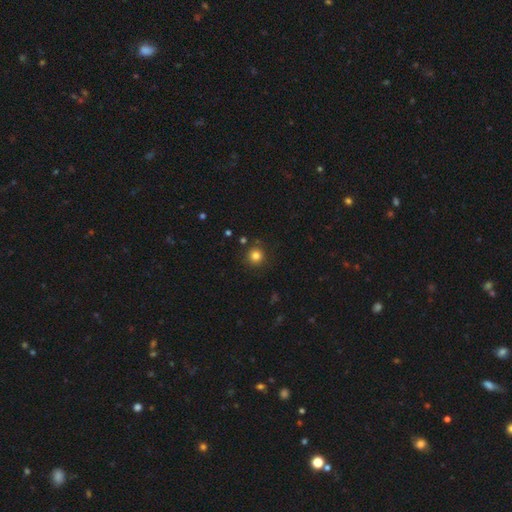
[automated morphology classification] Q: Smooth or featured?
A: smooth (81%); runner-up: star or artifact (13%)
Q: How rounded?
A: round (94%); runner-up: in between (5%)
Q: Merging?
A: none (87%); runner-up: minor disturbance (7%)